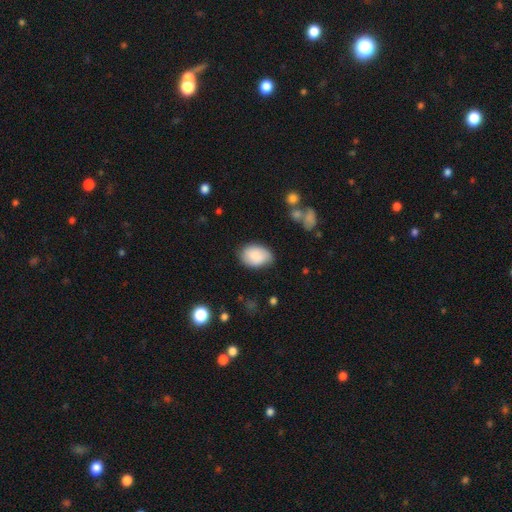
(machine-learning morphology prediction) Smooth or featured? Predicted: smooth (p=0.86). How rounded? Predicted: in between (p=0.82). Merging? Predicted: none (p=0.71).